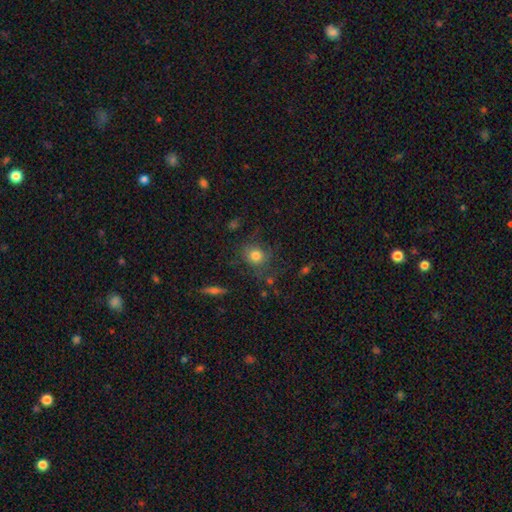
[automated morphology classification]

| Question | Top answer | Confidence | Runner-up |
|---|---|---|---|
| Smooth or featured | smooth | 75% | featured or disk (13%) |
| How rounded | round | 78% | in between (21%) |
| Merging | none | 68% | minor disturbance (18%) |